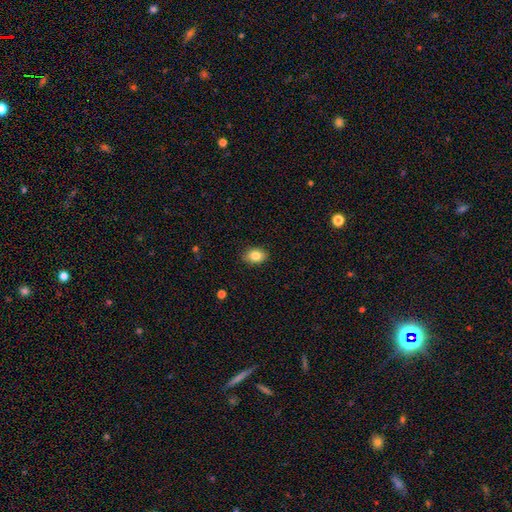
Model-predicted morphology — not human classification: Smooth or featured?
  - smooth: 85% *
  - star or artifact: 8%
  - featured or disk: 7%
How rounded?
  - in between: 80% *
  - round: 19%
  - cigar-shaped: 1%
Merging?
  - none: 86% *
  - minor disturbance: 10%
  - major disturbance: 2%
  - merger: 1%